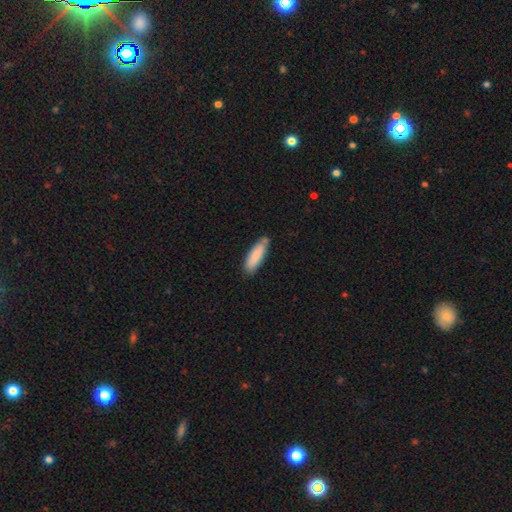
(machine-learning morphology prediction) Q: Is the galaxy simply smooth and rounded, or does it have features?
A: smooth — 85%.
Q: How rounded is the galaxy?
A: cigar-shaped — 51%.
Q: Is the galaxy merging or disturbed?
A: none — 71%.